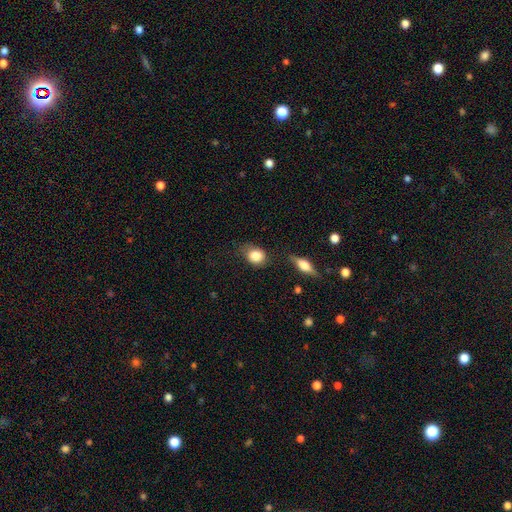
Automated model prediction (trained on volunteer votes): Smooth or featured: smooth — 83% (featured or disk — 9%)
How rounded: round — 51% (in between — 46%)
Merging: none — 62% (minor disturbance — 24%)